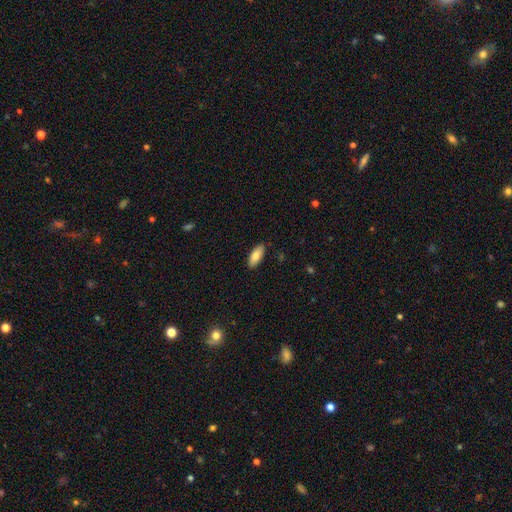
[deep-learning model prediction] This is clearly a smooth galaxy (81%). How rounded: clearly in between (83%). Merging: clearly none (88%).